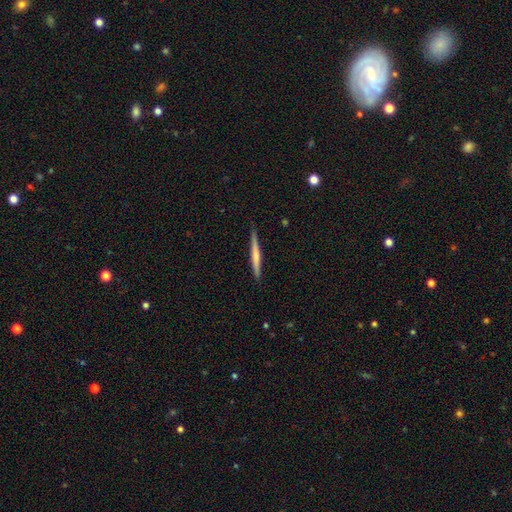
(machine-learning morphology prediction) Smooth or featured? smooth (52%)
How rounded? cigar-shaped (96%)
Merging? none (87%)